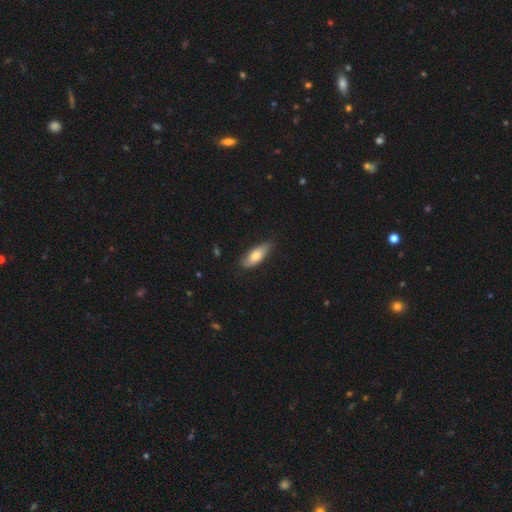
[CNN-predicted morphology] type=smooth (70%); roundness=in between (78%); merging=none (72%).